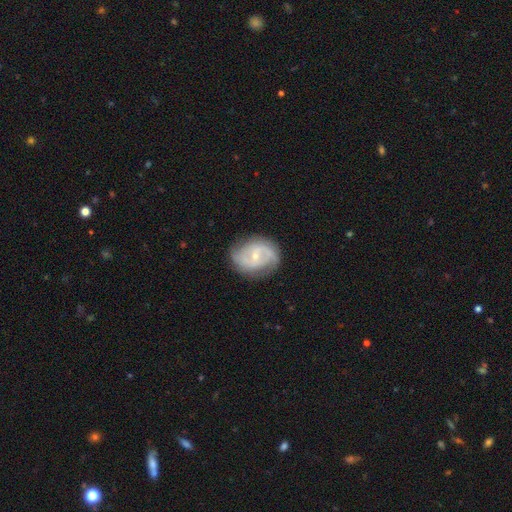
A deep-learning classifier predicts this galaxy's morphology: This is likely a featured or disk galaxy (78%). It is clearly not viewed edge-on (97%). Bar: marginally no (43%, tied with weak). Spiral arm pattern: clearly yes (91%). Spiral arm count: likely 2 (72%). Spiral winding: possibly medium (45%). Central bulge: likely small (66%). Merging: likely none (75%).